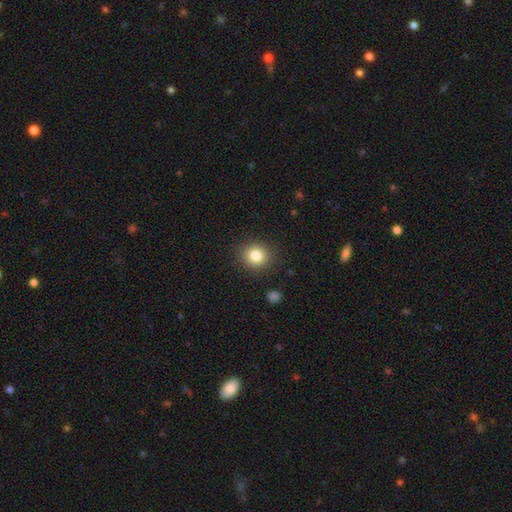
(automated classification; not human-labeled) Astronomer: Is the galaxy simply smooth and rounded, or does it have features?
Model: smooth — 82%.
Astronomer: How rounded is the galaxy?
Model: round — 85%.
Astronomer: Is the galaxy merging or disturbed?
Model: none — 89%.